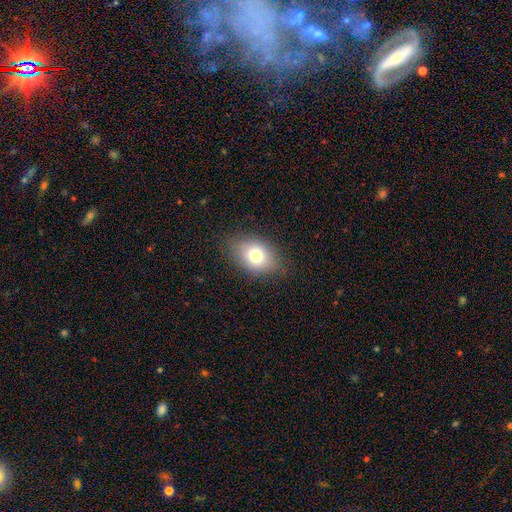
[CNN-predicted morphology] Smooth or featured? smooth (75%)
How rounded? in between (77%)
Merging? none (82%)